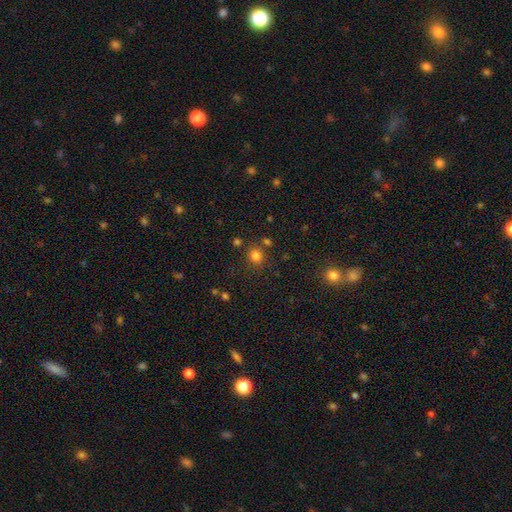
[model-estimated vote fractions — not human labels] This is likely a smooth galaxy (78%). How rounded: clearly round (86%). Merging: likely none (77%).